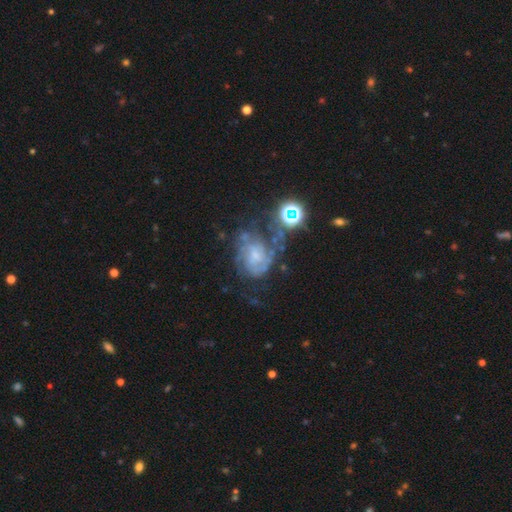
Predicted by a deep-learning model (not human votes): Smooth or featured: featured or disk — 69% (smooth — 16%)
Edge-on disk: no — 98% (yes — 2%)
Bar: no — 68% (weak — 27%)
Spiral arms: yes — 78% (no — 22%)
Spiral winding: tight — 48% (medium — 38%)
Spiral arm count: can't tell — 45% (2 — 26%)
Bulge size: small — 46% (moderate — 27%)
Merging: none — 44% (major disturbance — 25%)